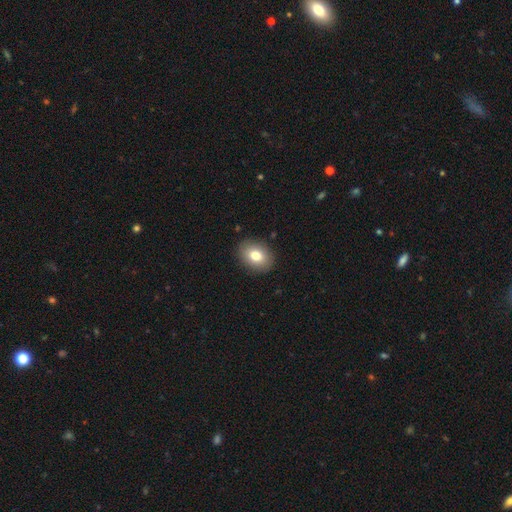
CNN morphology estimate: Smooth or featured? smooth (78%)
How rounded? in between (68%)
Merging? none (89%)